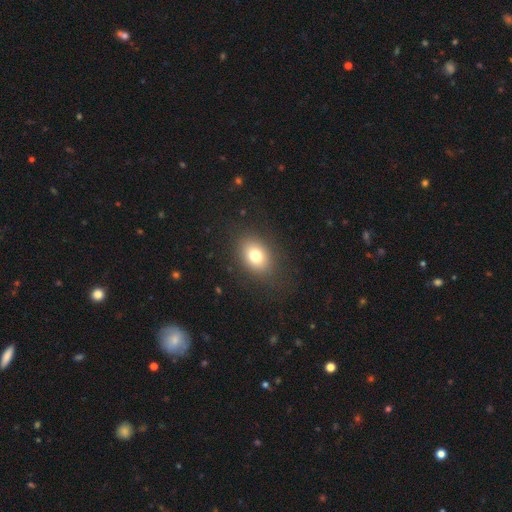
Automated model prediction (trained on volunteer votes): A smooth galaxy with no disk features (76%) that is in between round and cigar-shaped (70%).

Vote fractions:
- Smooth or featured? smooth: 76% / featured or disk: 12% / star or artifact: 11%
- How rounded? in between: 70% / round: 29% / cigar-shaped: 1%
- Merging? none: 84% / minor disturbance: 10% / major disturbance: 5% / merger: 1%